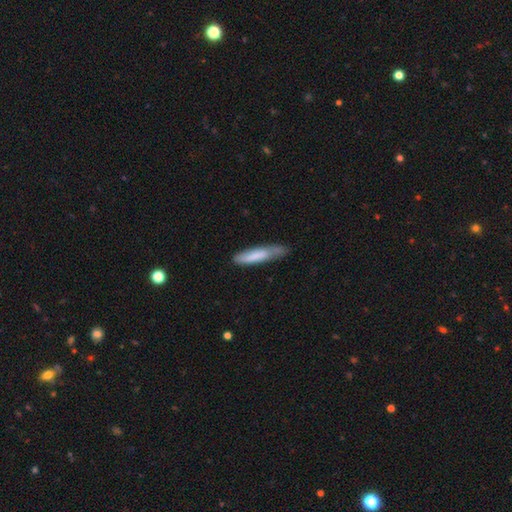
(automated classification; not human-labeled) Smooth or featured? smooth (75%)
How rounded? cigar-shaped (84%)
Merging? none (61%)